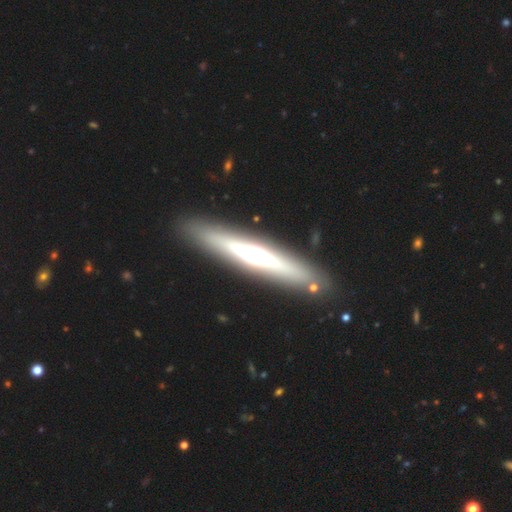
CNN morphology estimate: Smooth or featured: featured or disk — 65% (smooth — 29%)
Edge-on disk: yes — 90% (no — 10%)
Edge-on bulge: rounded — 78% (none — 11%)
Merging: none — 88% (minor disturbance — 8%)